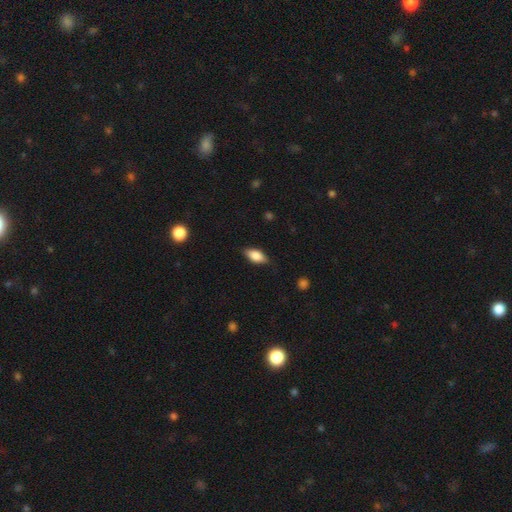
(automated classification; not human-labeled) This is likely a smooth galaxy (77%). How rounded: clearly in between (86%). Merging: clearly none (82%).